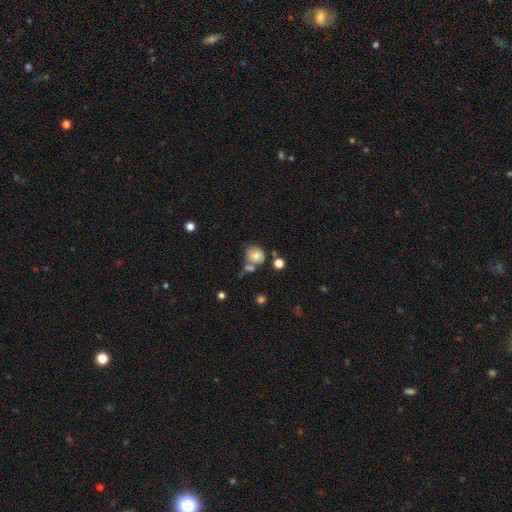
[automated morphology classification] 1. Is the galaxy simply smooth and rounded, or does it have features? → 74% smooth, 15% featured or disk, 10% star or artifact.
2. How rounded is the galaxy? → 68% round, 31% in between, 1% cigar-shaped.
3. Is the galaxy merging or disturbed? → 50% none, 24% merger, 19% minor disturbance, 7% major disturbance.